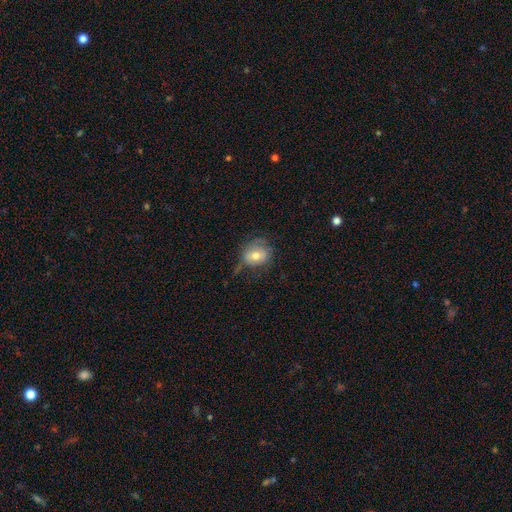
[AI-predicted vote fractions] Smooth or featured? smooth (65%)
How rounded? round (56%)
Merging? none (48%)